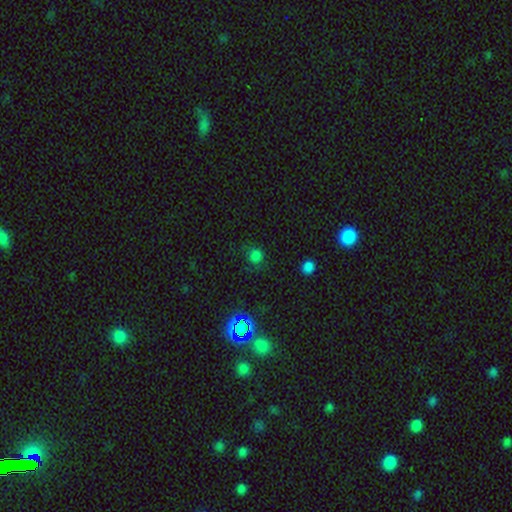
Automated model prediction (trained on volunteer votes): This is likely a smooth galaxy (68%). How rounded: clearly round (85%). Merging: likely none (75%).